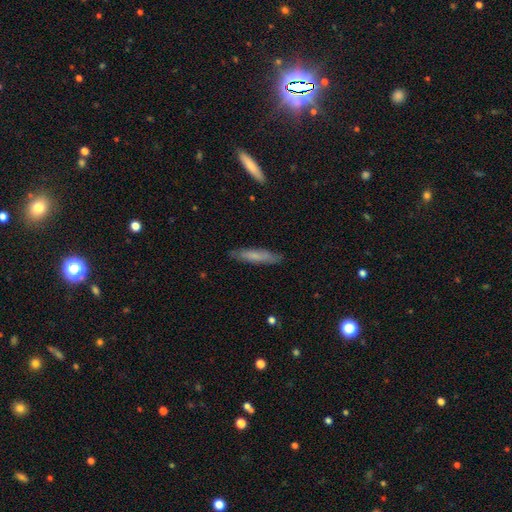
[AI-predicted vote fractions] Smooth or featured?
  - smooth: 66% *
  - featured or disk: 28%
  - star or artifact: 6%
How rounded?
  - cigar-shaped: 88% *
  - in between: 11%
  - round: 1%
Merging?
  - none: 85% *
  - minor disturbance: 11%
  - major disturbance: 2%
  - merger: 1%